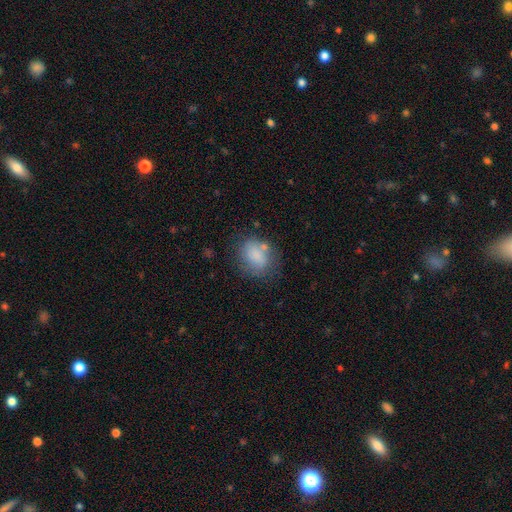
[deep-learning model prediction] This is likely a smooth galaxy (77%). How rounded: likely in between (60%). Merging: possibly none (60%).